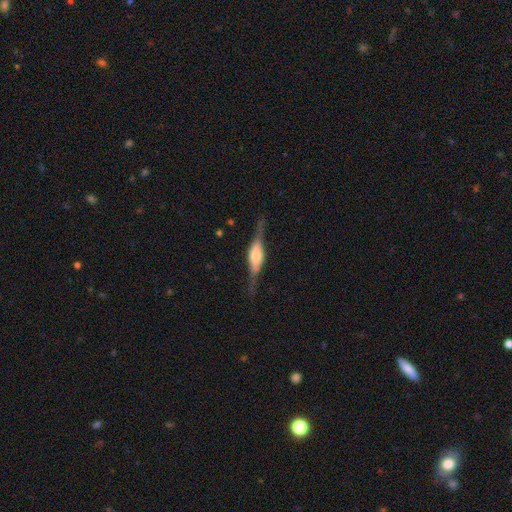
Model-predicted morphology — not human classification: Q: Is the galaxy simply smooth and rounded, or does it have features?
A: featured or disk — 71%.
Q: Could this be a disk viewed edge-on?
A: yes — 94%.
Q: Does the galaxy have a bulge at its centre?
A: rounded — 72%.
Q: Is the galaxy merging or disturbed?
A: none — 75%.